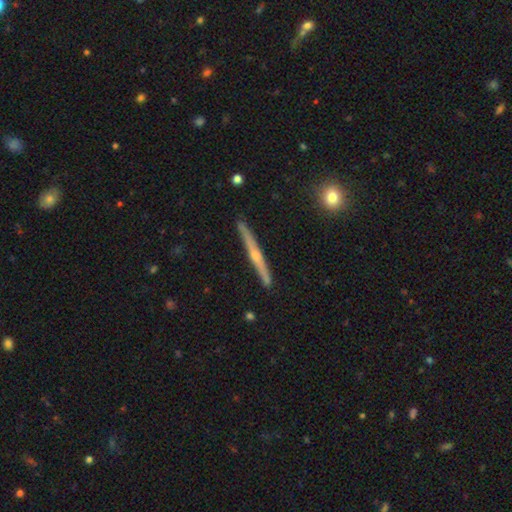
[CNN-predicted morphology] A featured or disk galaxy (71%) viewed edge-on (98%) with a rounded central bulge (71%). Merging: none (90%).